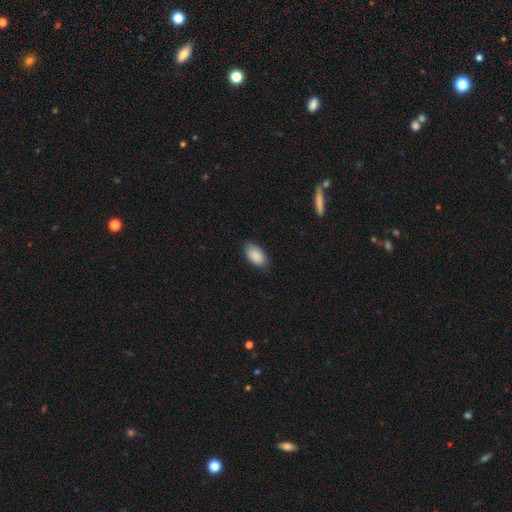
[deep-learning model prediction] Q: Smooth or featured?
A: smooth (89%); runner-up: star or artifact (6%)
Q: How rounded?
A: in between (94%); runner-up: round (4%)
Q: Merging?
A: none (79%); runner-up: minor disturbance (17%)